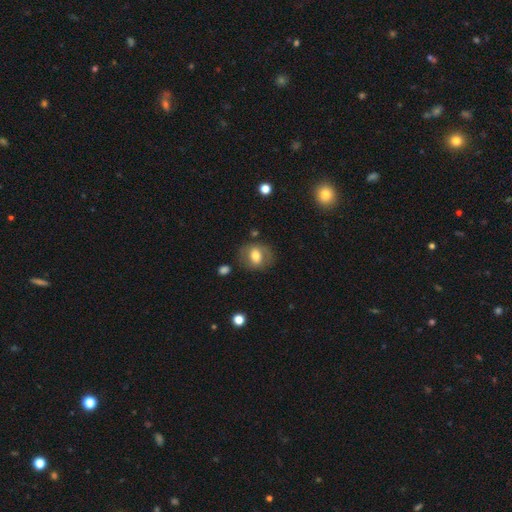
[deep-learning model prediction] Smooth or featured: smooth — 62% (featured or disk — 30%)
How rounded: in between — 51% (round — 48%)
Merging: none — 76% (minor disturbance — 14%)